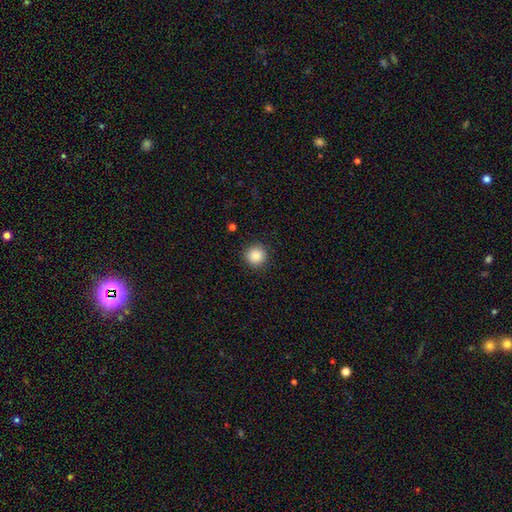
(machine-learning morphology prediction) smooth_or_featured: smooth (p=0.86) [alt: star or artifact p=0.09]
how_rounded: round (p=0.95) [alt: in between p=0.04]
merging: none (p=0.90) [alt: minor disturbance p=0.07]